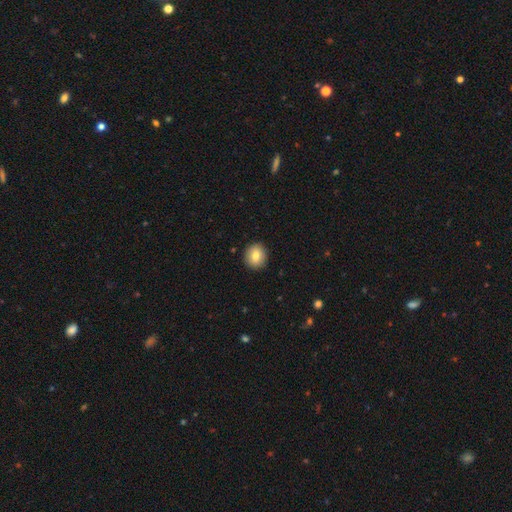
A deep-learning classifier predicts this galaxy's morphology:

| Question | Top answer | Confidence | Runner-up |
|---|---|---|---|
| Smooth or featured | smooth | 80% | featured or disk (12%) |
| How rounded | round | 80% | in between (19%) |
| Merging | none | 91% | minor disturbance (7%) |